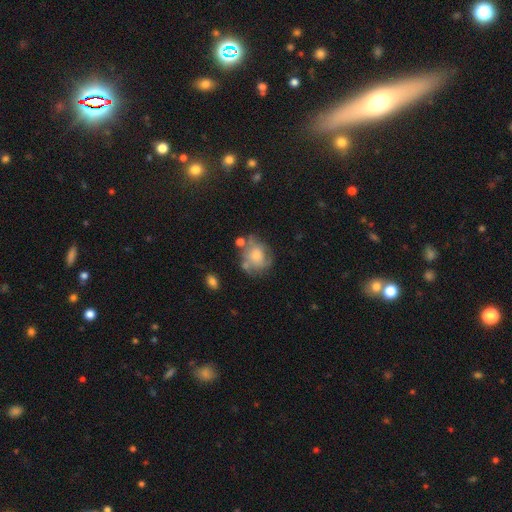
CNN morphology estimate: A smooth galaxy with no disk features (48%).

Vote fractions:
- Smooth or featured? smooth: 48% / featured or disk: 43% / star or artifact: 9%
- Merging? none: 46% / minor disturbance: 26% / major disturbance: 17% / merger: 11%